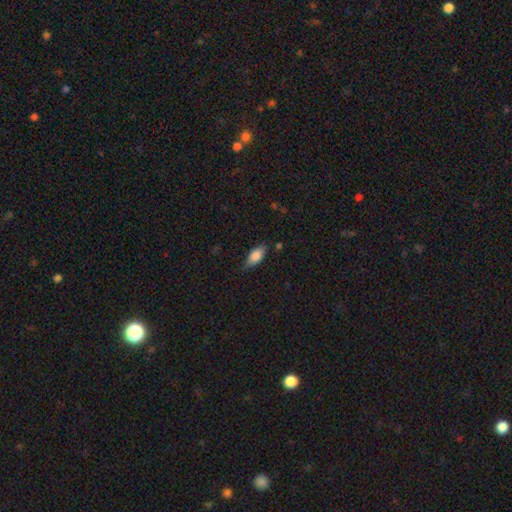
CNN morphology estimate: smooth-or-featured: smooth: 82% | featured or disk: 11% | star or artifact: 7%
  how-rounded: in between: 88% | cigar-shaped: 9% | round: 3%
  merging: none: 71% | minor disturbance: 23% | major disturbance: 4% | merger: 2%